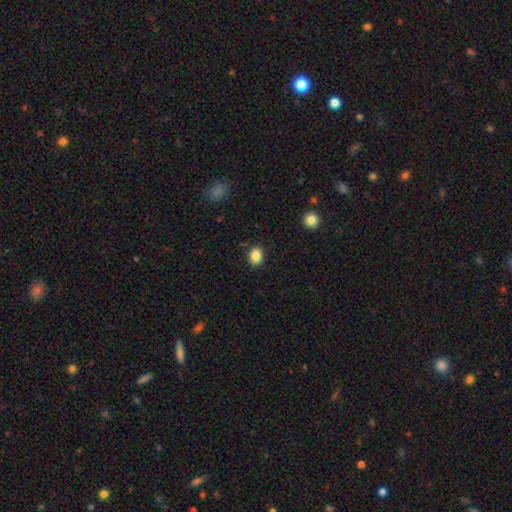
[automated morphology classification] A smooth galaxy with no disk features (86%) that is in between round and cigar-shaped (59%).

Vote fractions:
- Smooth or featured? smooth: 86% / star or artifact: 9% / featured or disk: 5%
- How rounded? in between: 59% / round: 40% / cigar-shaped: 1%
- Merging? none: 87% / minor disturbance: 9% / major disturbance: 2% / merger: 1%